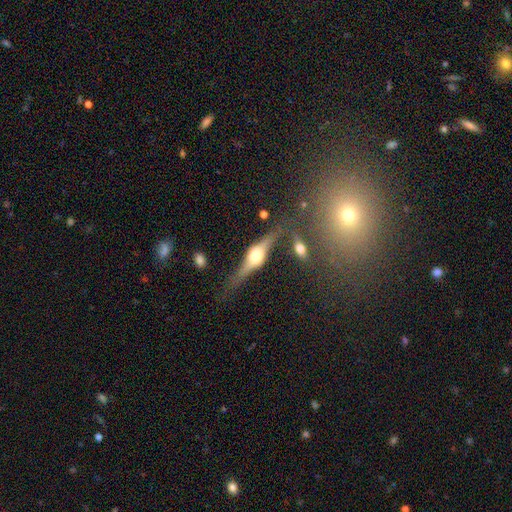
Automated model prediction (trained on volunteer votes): Smooth or featured?
  - featured or disk: 78% *
  - smooth: 16%
  - star or artifact: 6%
Edge-on disk?
  - yes: 93% *
  - no: 7%
Edge-on bulge?
  - rounded: 91% *
  - boxy: 8%
  - none: 2%
Merging?
  - none: 69% *
  - minor disturbance: 16%
  - merger: 8%
  - major disturbance: 7%